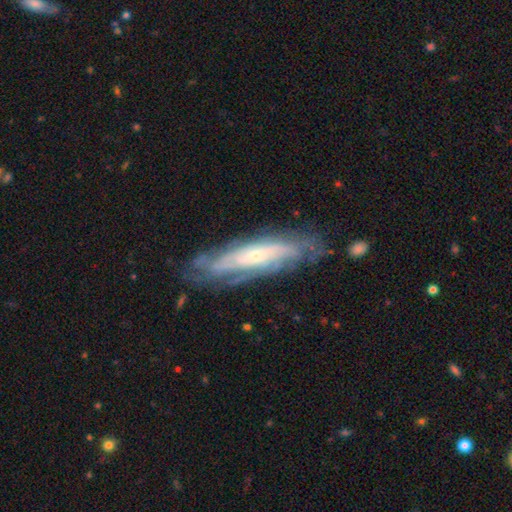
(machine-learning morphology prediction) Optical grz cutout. It shows a featured or disk galaxy (77%) with no bar (70%), spiral arms (88%) and a small central bulge (72%). Merging: none (73%).